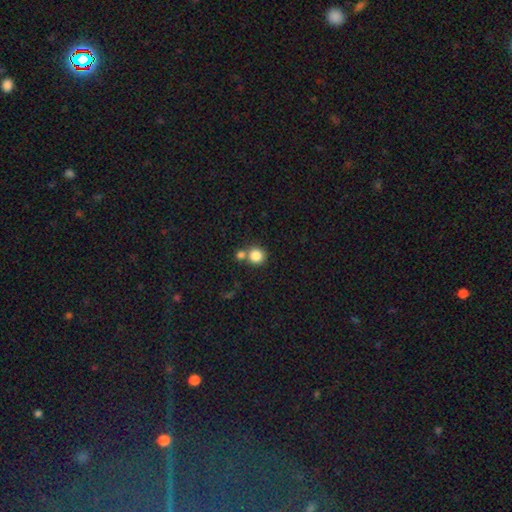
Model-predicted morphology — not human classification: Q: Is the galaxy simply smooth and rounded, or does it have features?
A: smooth — 84%.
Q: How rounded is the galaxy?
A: round — 91%.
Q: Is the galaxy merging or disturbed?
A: none — 59%.